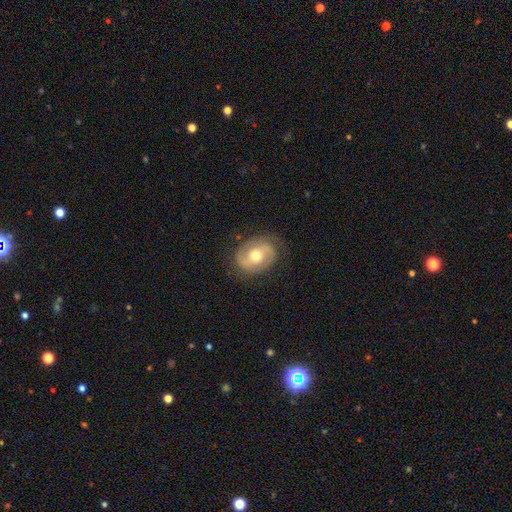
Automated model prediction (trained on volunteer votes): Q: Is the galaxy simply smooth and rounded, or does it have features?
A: featured or disk — 71%.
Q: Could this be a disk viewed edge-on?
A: no — 97%.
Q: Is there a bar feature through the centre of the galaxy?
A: no — 47%.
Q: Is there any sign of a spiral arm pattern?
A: yes — 85%.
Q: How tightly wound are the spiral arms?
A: medium — 43%.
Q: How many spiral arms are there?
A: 2 — 85%.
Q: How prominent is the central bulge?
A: moderate — 75%.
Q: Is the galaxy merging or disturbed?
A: none — 80%.